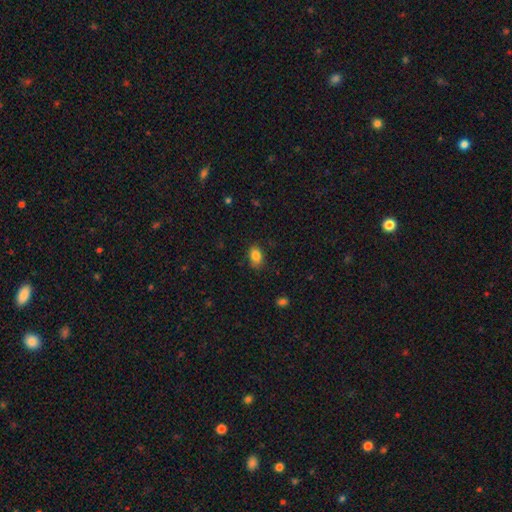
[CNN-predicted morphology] smooth_or_featured: smooth (p=0.85) [alt: star or artifact p=0.09]
how_rounded: in between (p=0.80) [alt: round p=0.19]
merging: none (p=0.81) [alt: minor disturbance p=0.15]